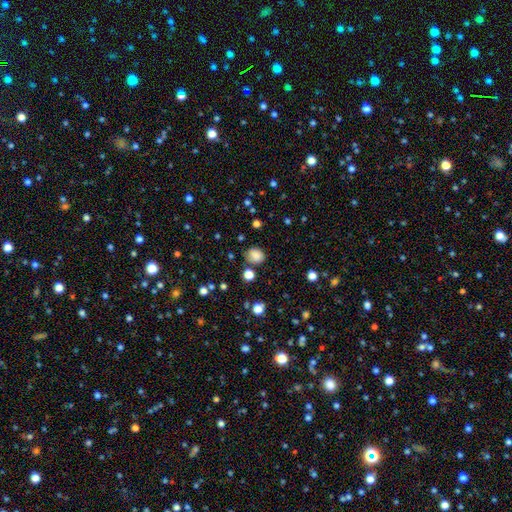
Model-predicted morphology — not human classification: A smooth galaxy with no disk features (77%) that is round (56%). Merging: none (69%).